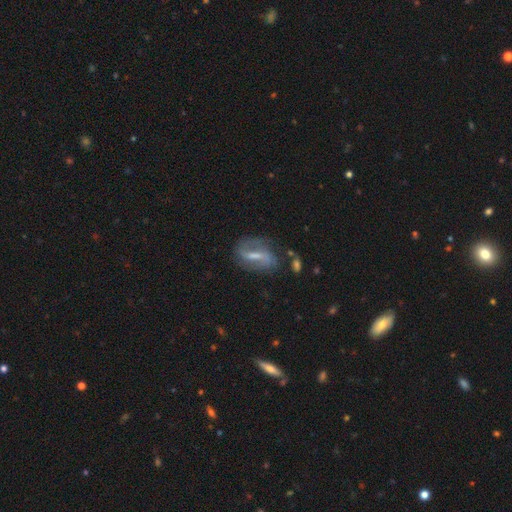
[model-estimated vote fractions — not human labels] This appears to be a featured or disk galaxy (72%) with a strong bar (50%), 2 (81%) loose (44%) spiral arms (84%) and a small central bulge (40%). Merging: none (66%).